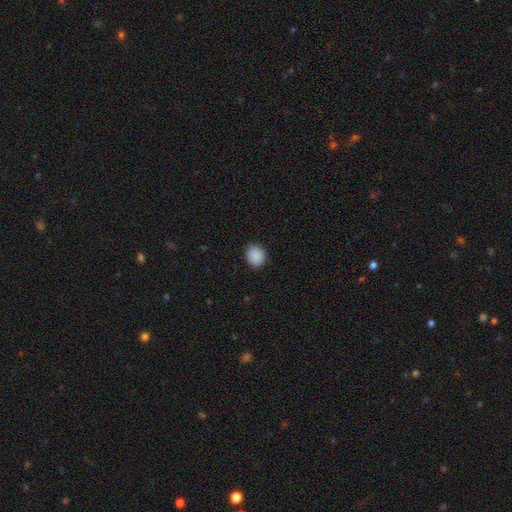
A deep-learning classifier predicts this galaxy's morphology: Overall: smooth (89%). How rounded: round (69%; in between 30%). Merging: none (85%).